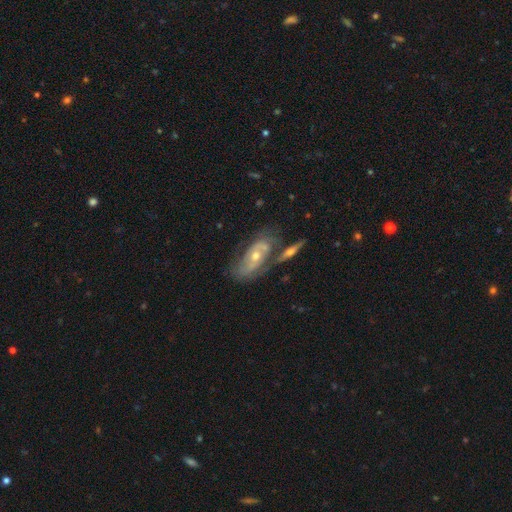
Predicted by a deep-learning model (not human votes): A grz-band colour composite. It shows a featured or disk galaxy (75%) with no bar (67%), 2 (62%) tight (44%) spiral arms (77%) and a moderate central bulge (55%). Merging: none (47%).